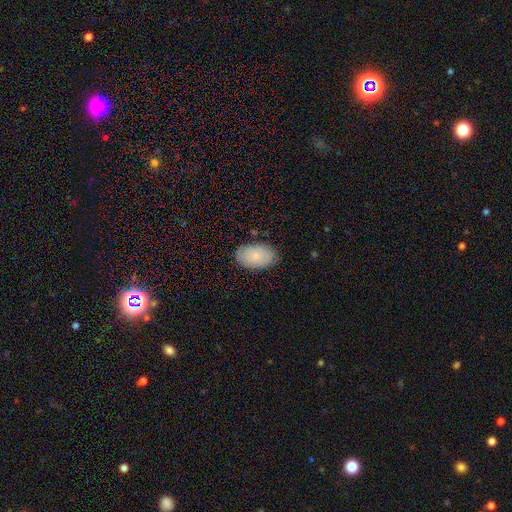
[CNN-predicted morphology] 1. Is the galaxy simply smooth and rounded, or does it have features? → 76% smooth, 18% featured or disk, 7% star or artifact.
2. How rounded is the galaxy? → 92% in between, 7% round, 1% cigar-shaped.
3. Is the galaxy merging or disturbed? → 83% none, 13% minor disturbance, 3% major disturbance, 1% merger.